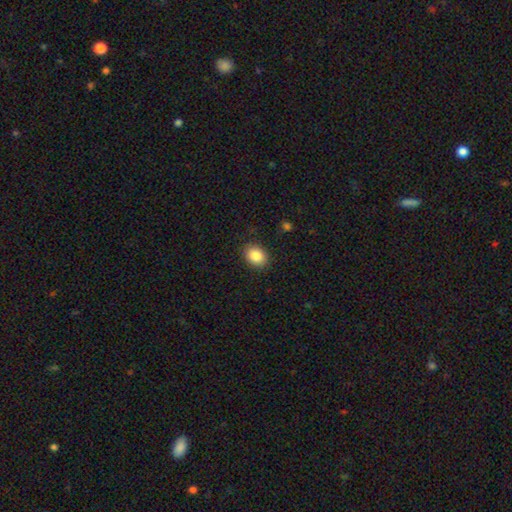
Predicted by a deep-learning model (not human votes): Overall: smooth (86%). How rounded: in between (62%; round 37%). Merging: none (88%).